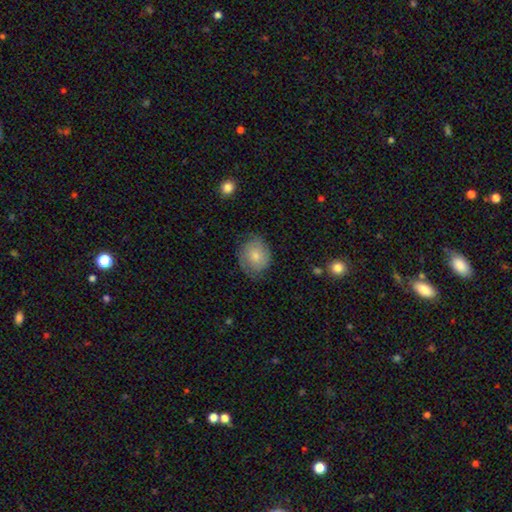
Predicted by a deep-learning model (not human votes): Smooth or featured? Predicted: smooth (p=0.60). How rounded? Predicted: round (p=0.64). Merging? Predicted: none (p=0.69).